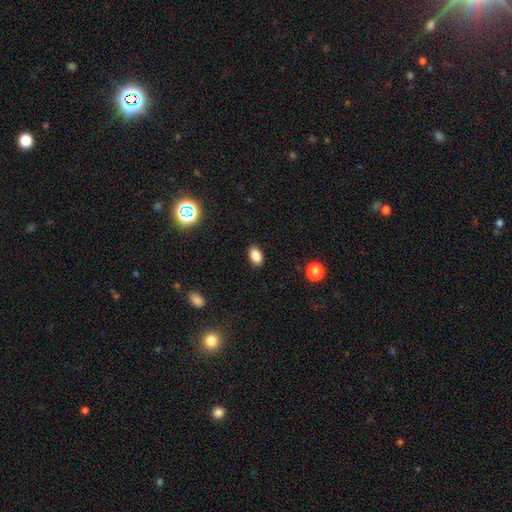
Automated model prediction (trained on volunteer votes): Overall: smooth (86%). How rounded: in between (89%). Merging: none (88%).